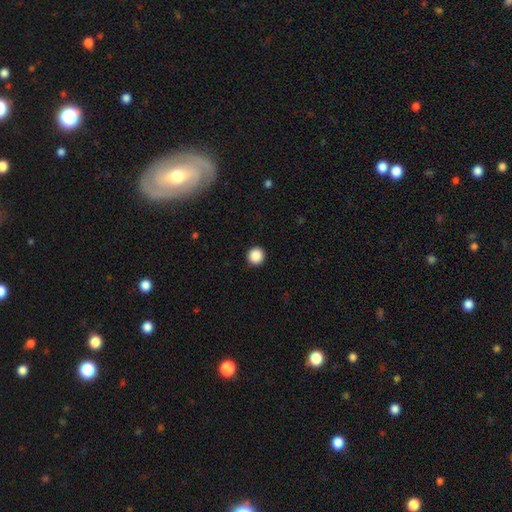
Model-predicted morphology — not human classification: Smooth or featured?
  - smooth: 89% *
  - star or artifact: 9%
  - featured or disk: 2%
How rounded?
  - round: 95% *
  - in between: 4%
  - cigar-shaped: 1%
Merging?
  - none: 93% *
  - minor disturbance: 4%
  - major disturbance: 2%
  - merger: 1%